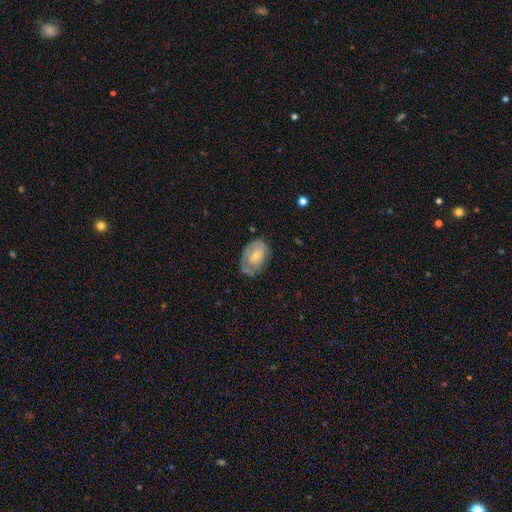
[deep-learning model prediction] Smooth or featured? Predicted: featured or disk (p=0.49). Merging? Predicted: none (p=0.57).